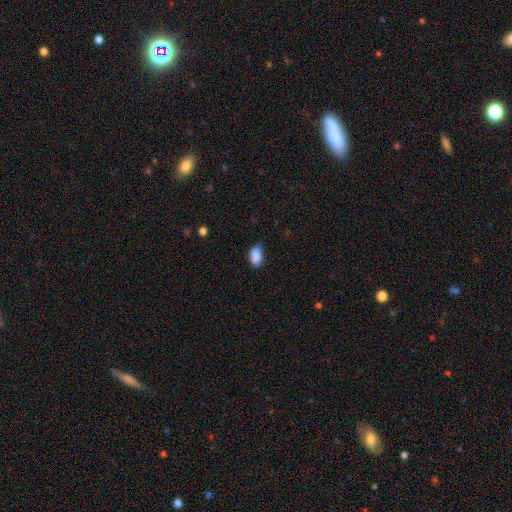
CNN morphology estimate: type=smooth (87%); roundness=in between (91%); merging=none (64%).